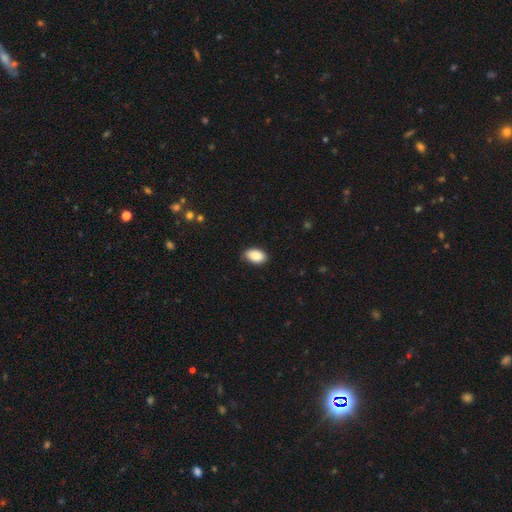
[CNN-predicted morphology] type=smooth (89%); roundness=in between (93%); merging=none (85%).